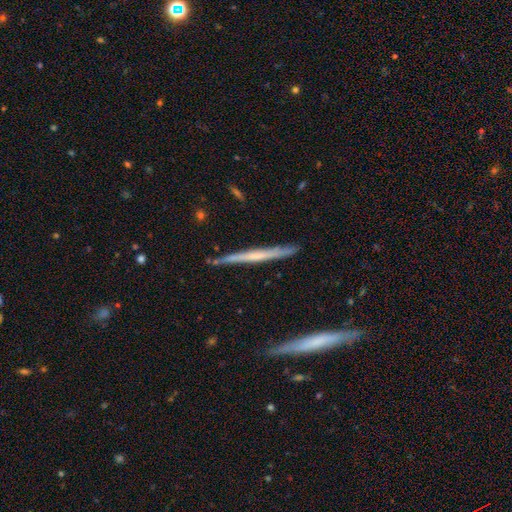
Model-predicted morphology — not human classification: smooth-or-featured: featured or disk: 57% | smooth: 37% | star or artifact: 5%
  disk-edge-on: yes: 96% | no: 4%
    edge-on-bulge: none: 75% | rounded: 17% | boxy: 8%
  merging: none: 86% | minor disturbance: 10% | merger: 2% | major disturbance: 2%